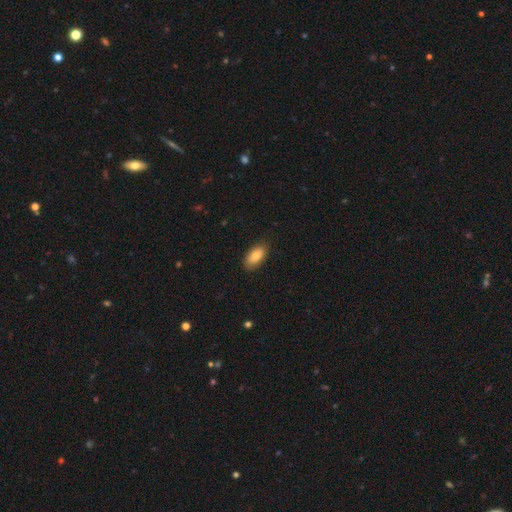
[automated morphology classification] smooth_or_featured: smooth (p=0.84) [alt: featured or disk p=0.09]
how_rounded: in between (p=0.91) [alt: cigar-shaped p=0.06]
merging: none (p=0.85) [alt: minor disturbance p=0.12]